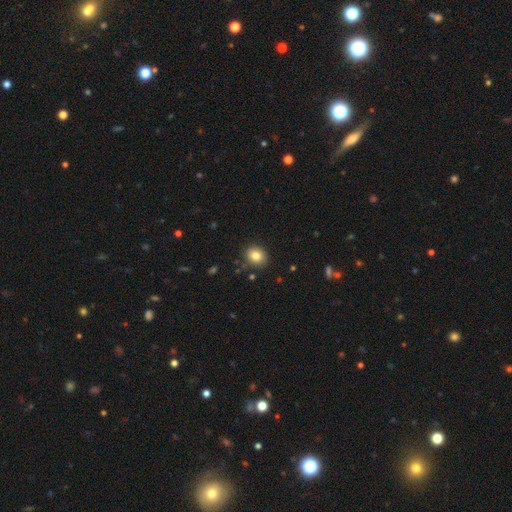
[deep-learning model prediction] Q: Smooth or featured?
A: smooth (83%); runner-up: star or artifact (10%)
Q: How rounded?
A: round (71%); runner-up: in between (28%)
Q: Merging?
A: none (86%); runner-up: minor disturbance (10%)